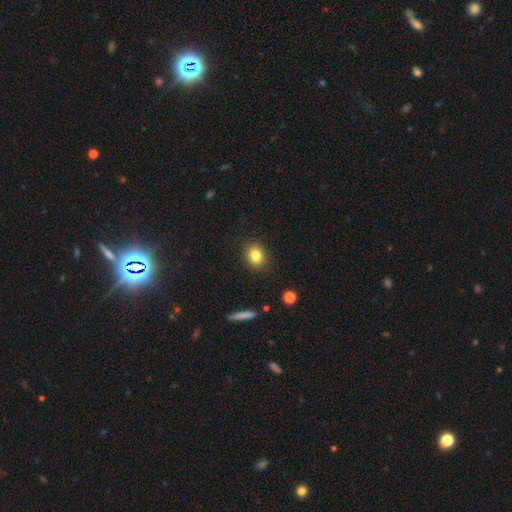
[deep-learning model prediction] Smooth or featured? smooth (83%)
How rounded? round (52%)
Merging? none (88%)